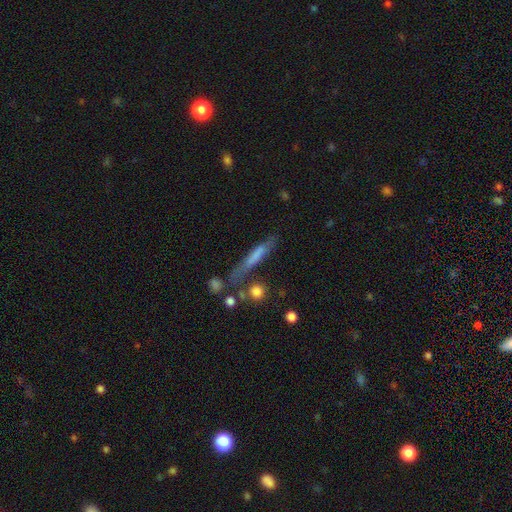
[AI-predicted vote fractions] A smooth galaxy with no disk features (59%) that is cigar-shaped (89%). Merging: none (61%).